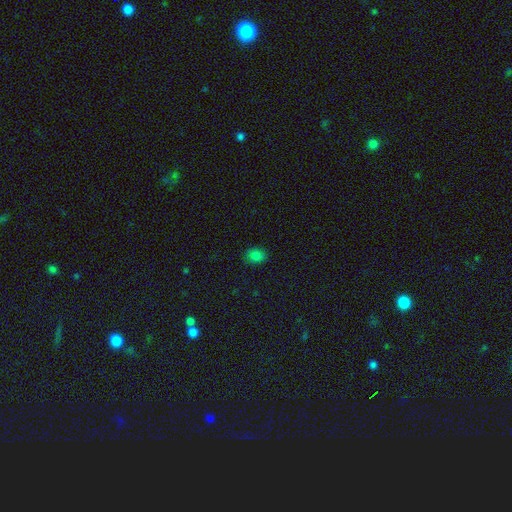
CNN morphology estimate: Smooth or featured: smooth — 81% (star or artifact — 14%)
How rounded: in between — 55% (round — 44%)
Merging: none — 85% (minor disturbance — 12%)